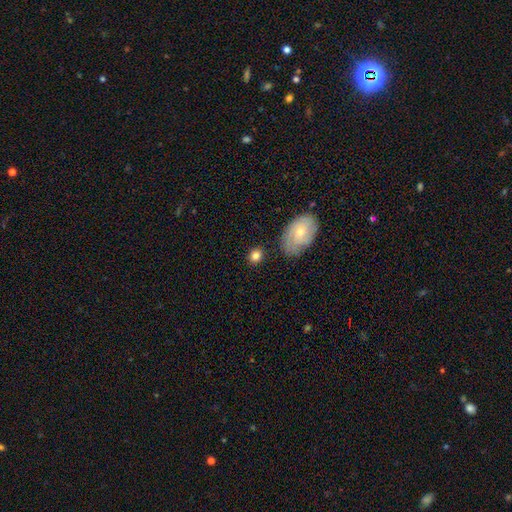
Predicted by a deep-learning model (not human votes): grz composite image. It shows a smooth galaxy with no disk features (82%) that is round (61%). Merging: none (80%).